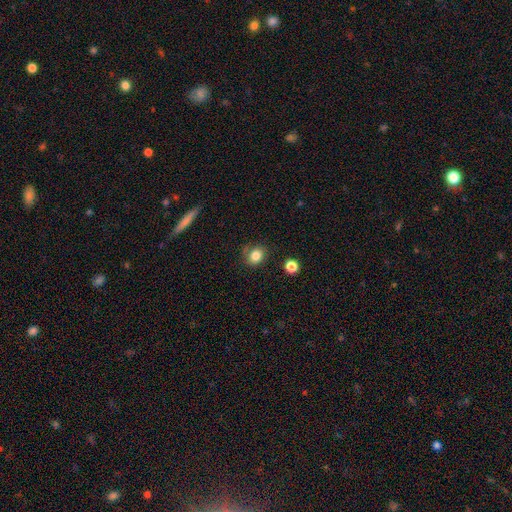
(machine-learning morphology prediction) The model was most divided on "how rounded": round: 62%, in between: 37%, cigar-shaped: 1%. More confident: smooth or featured — smooth (83%); merging — none (74%).